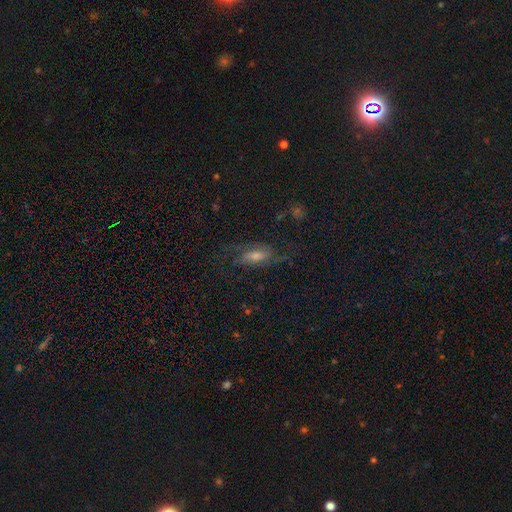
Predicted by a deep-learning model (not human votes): smooth_or_featured: featured or disk (p=0.65) [alt: smooth p=0.21]
disk_edge_on: no (p=0.89) [alt: yes p=0.11]
bar: no (p=0.44) [alt: weak p=0.42]
has_spiral_arms: yes (p=0.91) [alt: no p=0.09]
spiral_winding: medium (p=0.46) [alt: loose p=0.35]
spiral_arm_count: 2 (p=0.77) [alt: can't tell p=0.11]
bulge_size: moderate (p=0.49) [alt: small p=0.27]
merging: none (p=0.67) [alt: minor disturbance p=0.17]